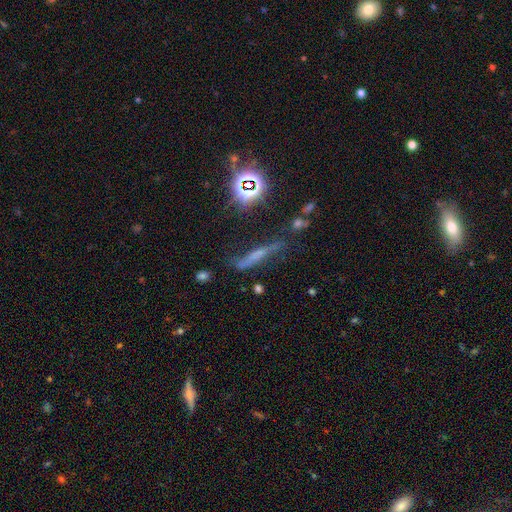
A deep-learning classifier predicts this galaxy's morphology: Overall: featured or disk (38%; smooth 34%). Merging: none (63%).